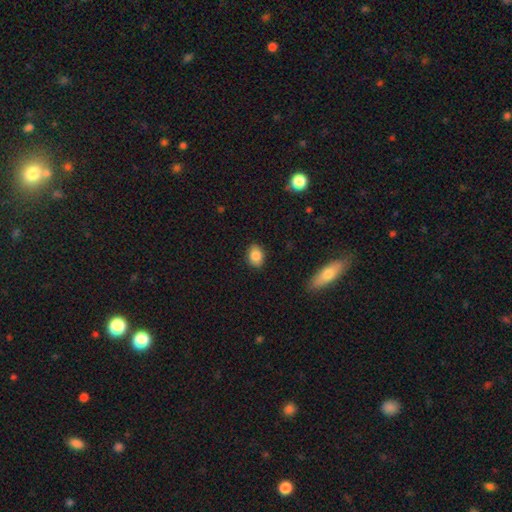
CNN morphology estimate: Smooth or featured: smooth — 85% (star or artifact — 8%)
How rounded: in between — 70% (round — 29%)
Merging: none — 87% (minor disturbance — 10%)